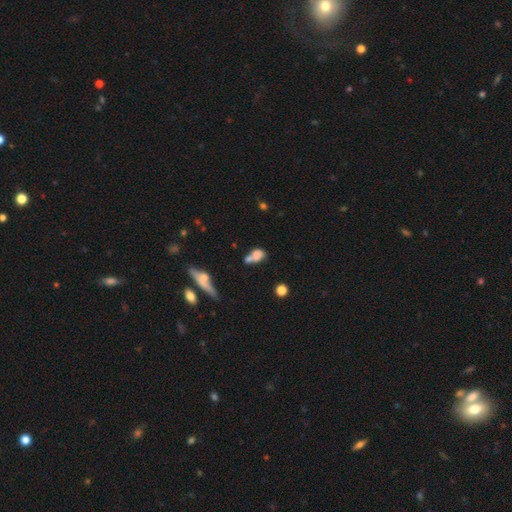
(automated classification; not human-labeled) smooth-or-featured: smooth: 68% | featured or disk: 20% | star or artifact: 11%
  how-rounded: in between: 70% | round: 22% | cigar-shaped: 8%
  merging: merger: 46% | none: 27% | minor disturbance: 16% | major disturbance: 11%